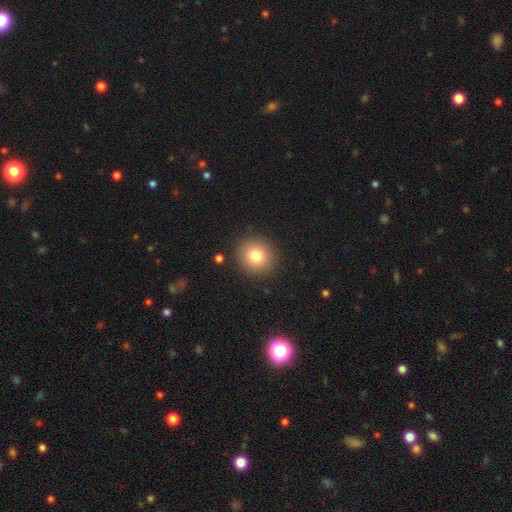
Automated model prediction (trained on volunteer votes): smooth_or_featured: smooth (p=0.81) [alt: star or artifact p=0.10]
how_rounded: round (p=0.89) [alt: in between p=0.10]
merging: none (p=0.89) [alt: minor disturbance p=0.07]